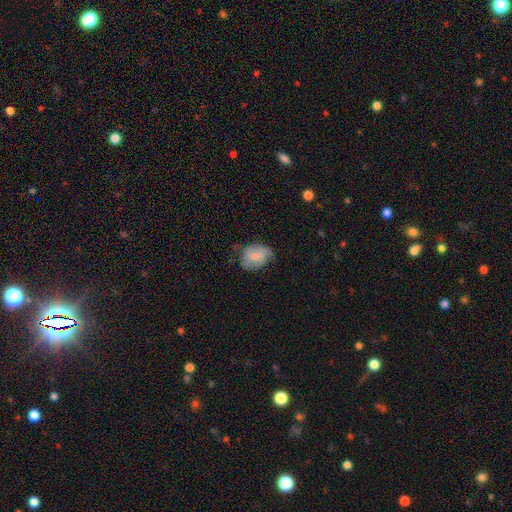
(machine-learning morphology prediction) Overall: smooth (63%; featured or disk 29%). How rounded: in between (69%; round 30%). Merging: none (48%; minor disturbance 37%).